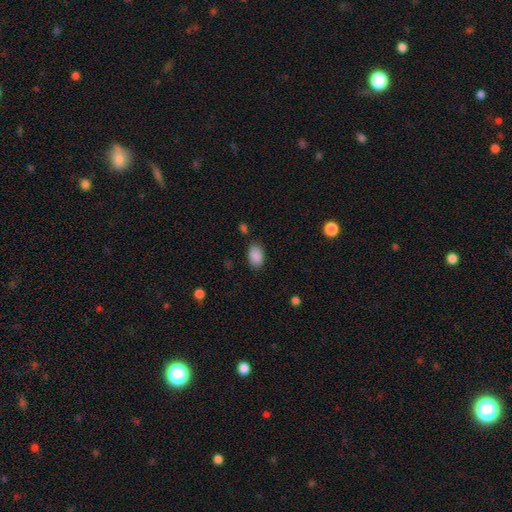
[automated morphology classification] Smooth or featured? Predicted: smooth (p=0.89). How rounded? Predicted: in between (p=0.89). Merging? Predicted: none (p=0.83).